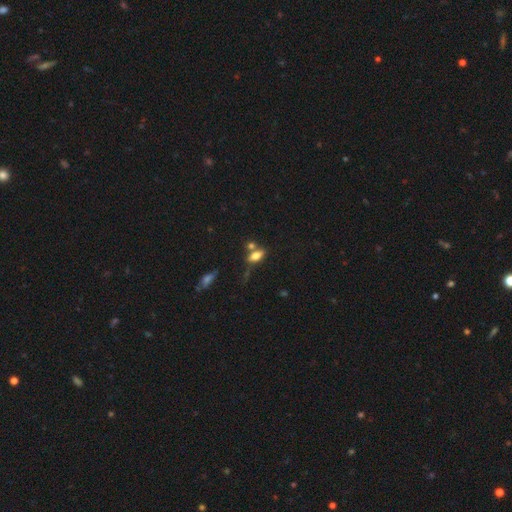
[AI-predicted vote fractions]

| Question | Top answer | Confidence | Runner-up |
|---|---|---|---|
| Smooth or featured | smooth | 71% | featured or disk (19%) |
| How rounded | in between | 83% | cigar-shaped (11%) |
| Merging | none | 51% | merger (28%) |